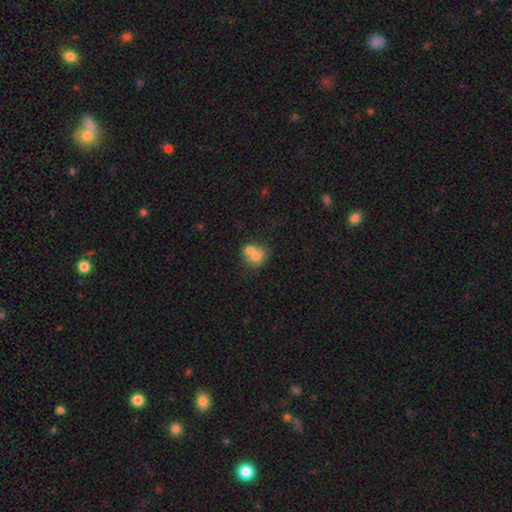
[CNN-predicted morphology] smooth-or-featured: smooth: 70% | featured or disk: 21% | star or artifact: 9%
  how-rounded: round: 67% | in between: 32% | cigar-shaped: 1%
  merging: merger: 64% | none: 26% | minor disturbance: 7% | major disturbance: 3%